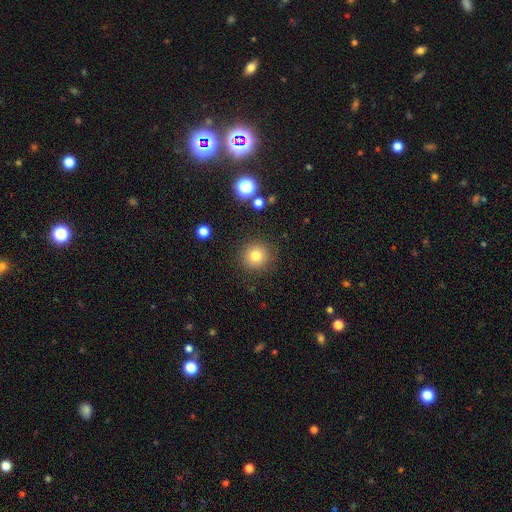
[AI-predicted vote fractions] Overall: smooth (80%). How rounded: round (93%). Merging: none (88%).